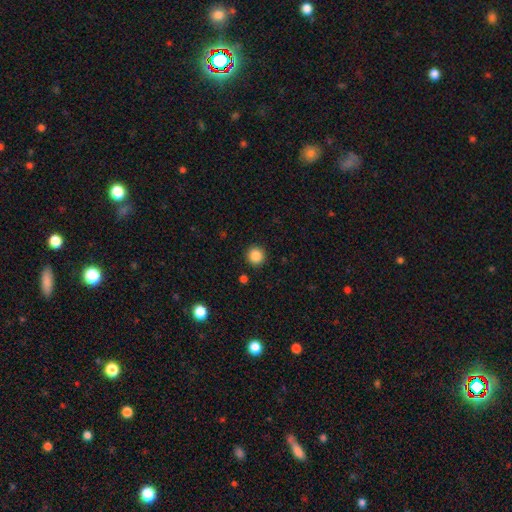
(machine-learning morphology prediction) The model was most divided on "smooth or featured": smooth: 87%, star or artifact: 10%, featured or disk: 3%. More confident: how rounded — round (95%); merging — none (91%).